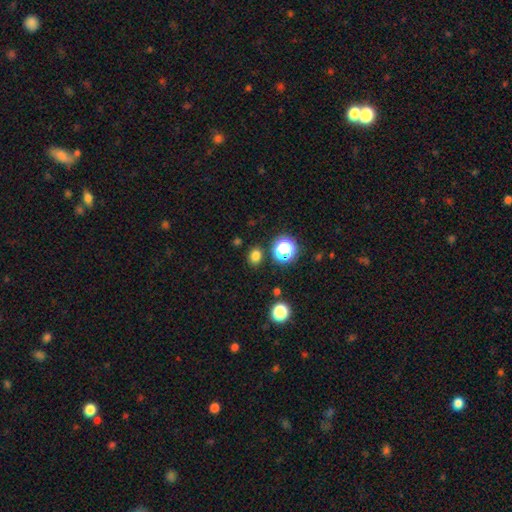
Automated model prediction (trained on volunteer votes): Smooth or featured? Predicted: smooth (p=0.77). How rounded? Predicted: round (p=0.65). Merging? Predicted: none (p=0.86).